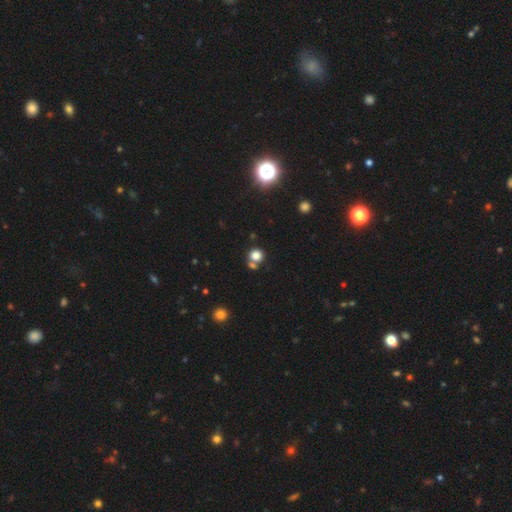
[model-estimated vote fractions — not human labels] A smooth galaxy with no disk features (79%) that is round (88%).

Vote fractions:
- Smooth or featured? smooth: 79% / star or artifact: 15% / featured or disk: 6%
- How rounded? round: 88% / in between: 11% / cigar-shaped: 1%
- Merging? none: 62% / merger: 27% / minor disturbance: 8% / major disturbance: 3%